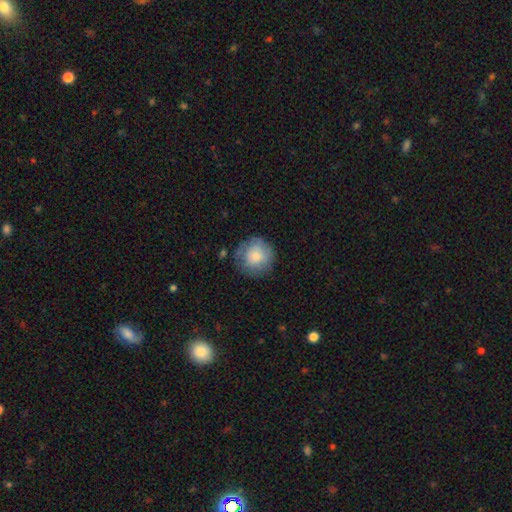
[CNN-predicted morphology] Smooth or featured: smooth — 76% (featured or disk — 17%)
How rounded: round — 93% (in between — 6%)
Merging: none — 71% (minor disturbance — 20%)